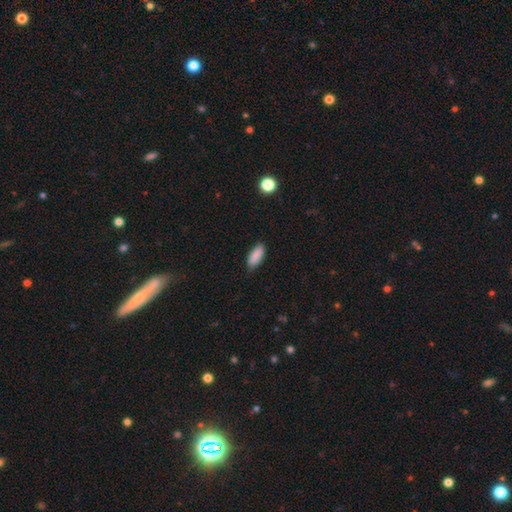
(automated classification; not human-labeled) smooth 88%, star or artifact 7%, featured or disk 5%. Down the decision tree: how rounded — in between (79%); merging — none (77%).